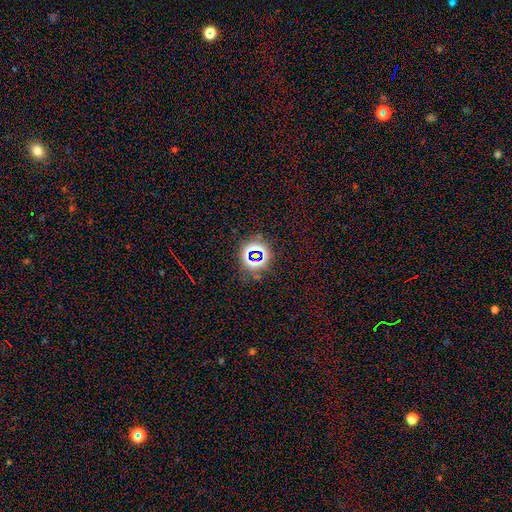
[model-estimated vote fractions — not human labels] star or artifact 74%, smooth 17%, featured or disk 9%.